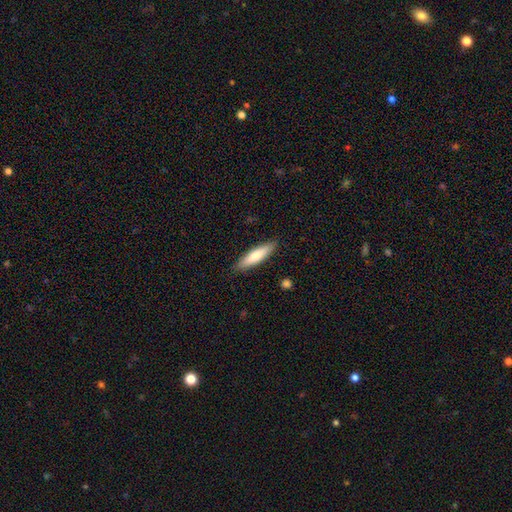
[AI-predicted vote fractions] A smooth galaxy with no disk features (71%) that is cigar-shaped (71%). Merging: none (88%).